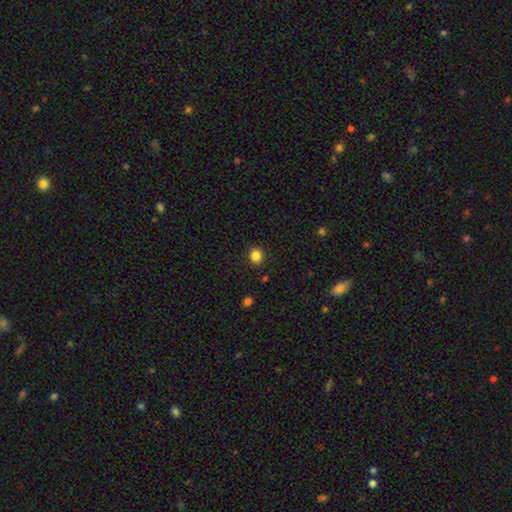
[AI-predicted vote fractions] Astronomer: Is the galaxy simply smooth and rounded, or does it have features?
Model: smooth — 85%.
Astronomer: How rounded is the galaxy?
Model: round — 79%.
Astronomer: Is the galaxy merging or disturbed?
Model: none — 89%.